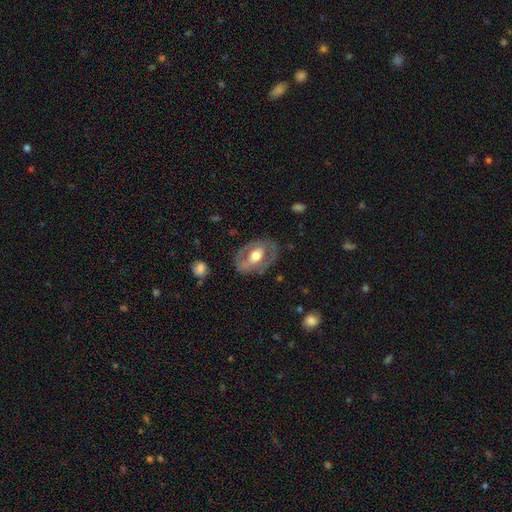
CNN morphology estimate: featured or disk 60%, smooth 34%, star or artifact 5%. Down the decision tree: edge-on disk — no (92%); bar — no (57%); spiral arms — no (71%); bulge size — moderate (60%); merging — none (74%).